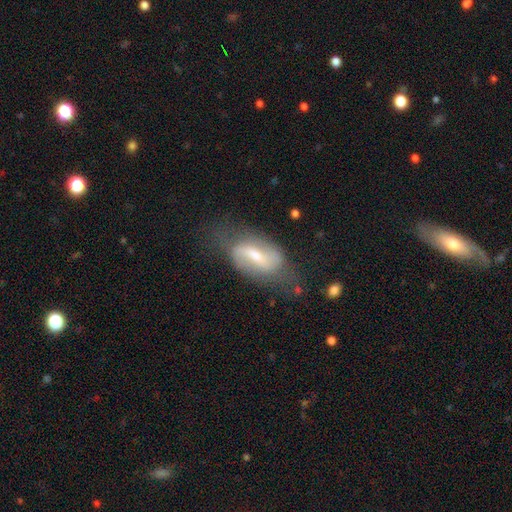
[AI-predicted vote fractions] This appears to be a featured or disk galaxy (68%) with a weak bar (48%), 2 (82%) loose (59%) spiral arms (82%) and a small central bulge (44%). Merging: none (52%).